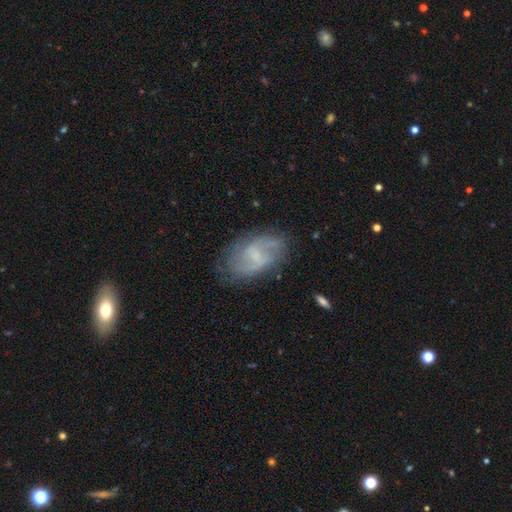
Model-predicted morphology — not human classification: A featured or disk galaxy (62%) with a weak bar (54%), spiral arms (83%) and a small central bulge (45%).

Vote fractions:
- Smooth or featured? featured or disk: 62% / smooth: 28% / star or artifact: 11%
- Edge-on disk? no: 95% / yes: 5%
- Bar? weak: 54% / no: 32% / strong: 14%
- Spiral arms? yes: 83% / no: 17%
- Bulge size? small: 45% / none: 32% / moderate: 19% / large: 2% / dominant: 1%
- Merging? none: 74% / minor disturbance: 18% / major disturbance: 7% / merger: 2%